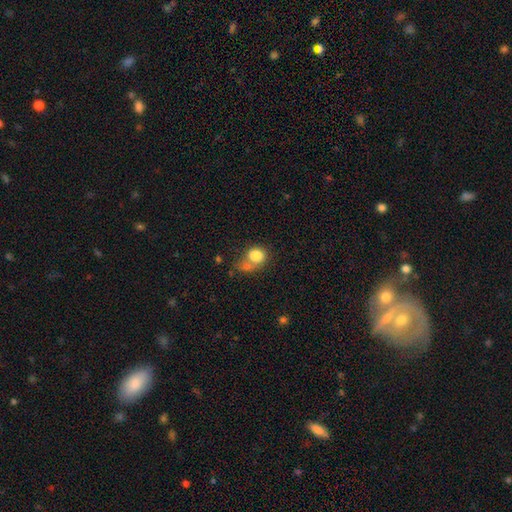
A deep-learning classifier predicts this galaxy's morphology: Q: Smooth or featured?
A: smooth (81%); runner-up: featured or disk (10%)
Q: How rounded?
A: round (62%); runner-up: in between (37%)
Q: Merging?
A: none (34%); runner-up: merger (28%)